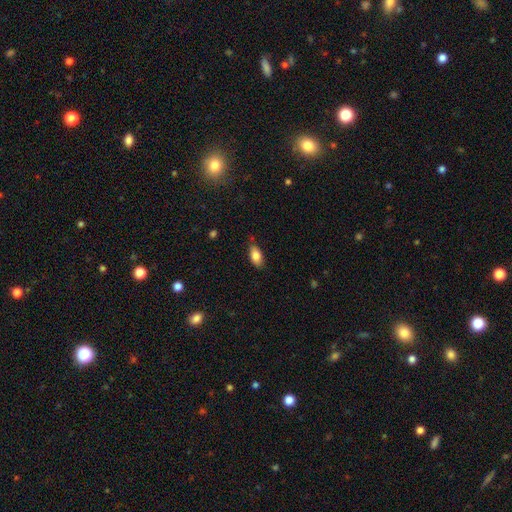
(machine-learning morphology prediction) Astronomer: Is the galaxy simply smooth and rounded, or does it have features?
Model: smooth — 83%.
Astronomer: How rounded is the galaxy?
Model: in between — 90%.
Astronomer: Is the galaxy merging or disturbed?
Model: none — 81%.